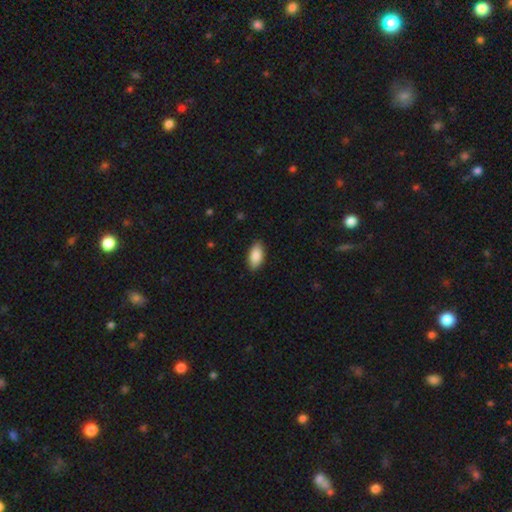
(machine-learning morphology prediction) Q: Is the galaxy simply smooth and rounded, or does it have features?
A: smooth — 88%.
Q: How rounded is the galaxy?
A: in between — 93%.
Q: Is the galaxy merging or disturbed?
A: none — 87%.